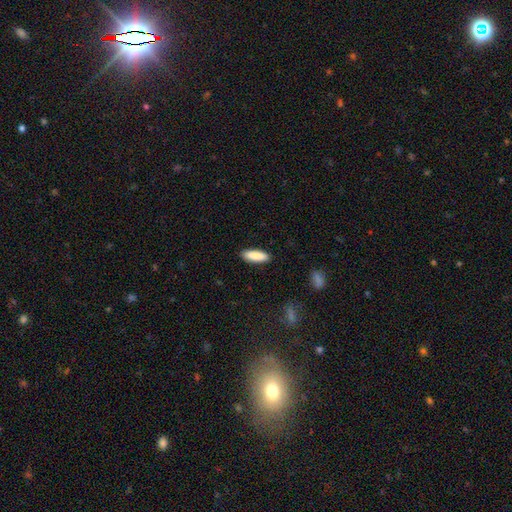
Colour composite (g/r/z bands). It shows a smooth galaxy with no disk features (89%) that is in between round and cigar-shaped (59%). Merging: none (88%).